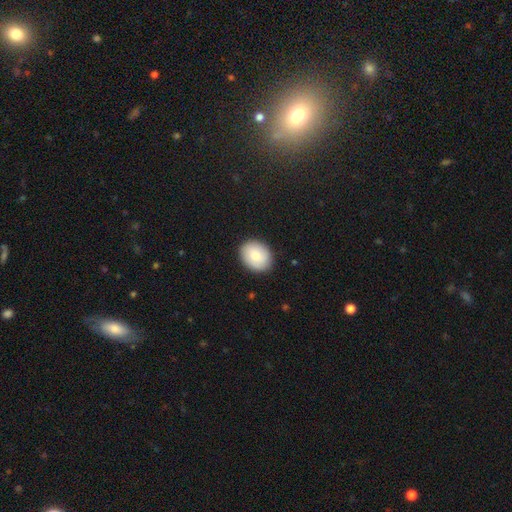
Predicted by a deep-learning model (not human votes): Morphology: type=smooth (82%); roundness=in between (54%); merging=none (88%).